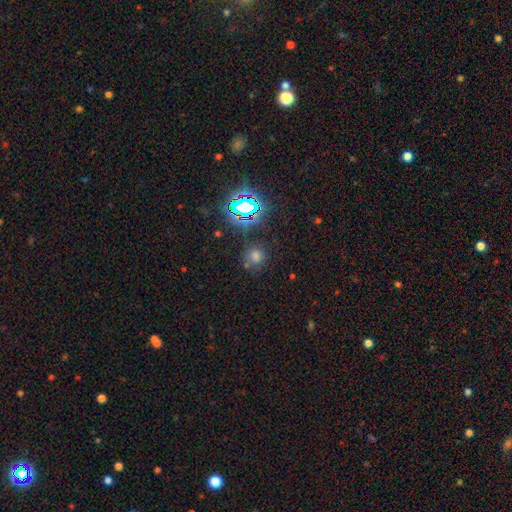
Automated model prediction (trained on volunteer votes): A smooth galaxy with no disk features (59%) that is round (86%). Merging: none (75%).